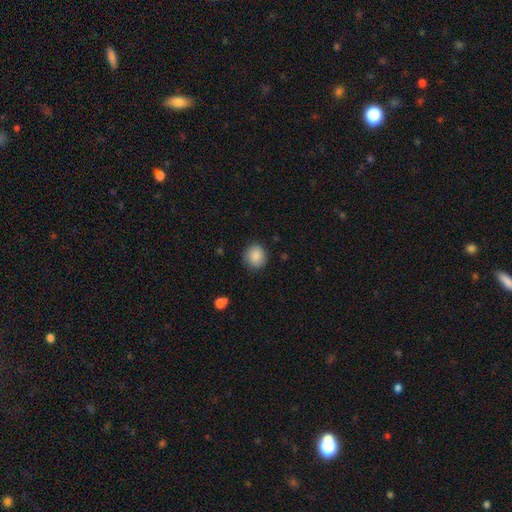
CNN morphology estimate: A smooth galaxy with no disk features (88%) that is round (80%). Merging: none (87%).